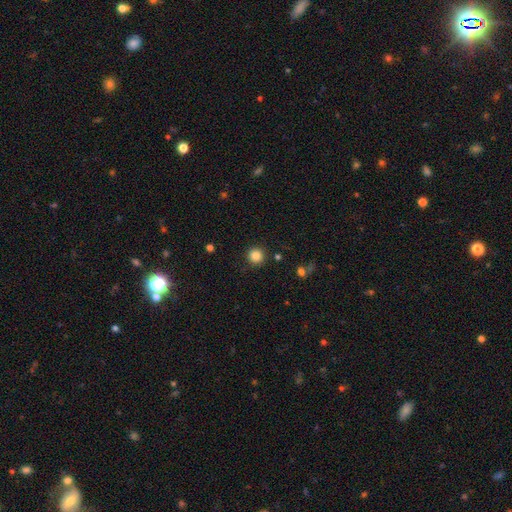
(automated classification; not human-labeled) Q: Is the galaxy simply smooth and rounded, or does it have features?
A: smooth — 85%.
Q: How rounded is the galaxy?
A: round — 96%.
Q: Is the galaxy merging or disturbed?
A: none — 91%.